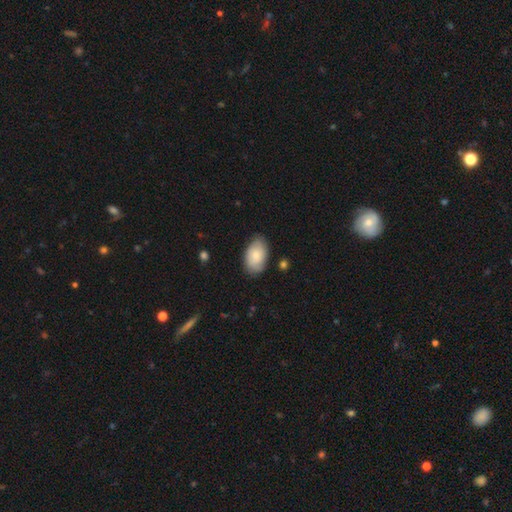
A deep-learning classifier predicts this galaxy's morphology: A smooth galaxy with no disk features (76%) that is in between round and cigar-shaped (92%). Merging: none (76%).